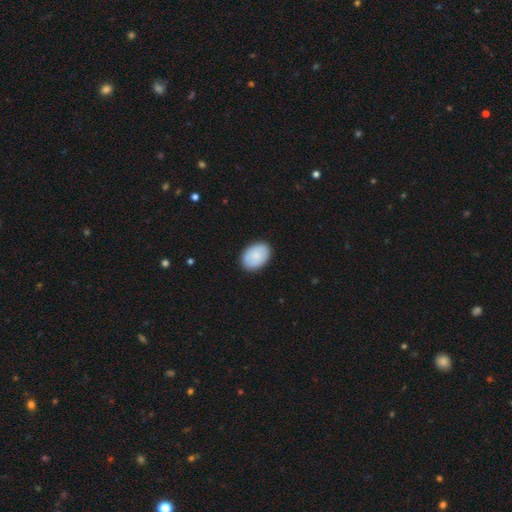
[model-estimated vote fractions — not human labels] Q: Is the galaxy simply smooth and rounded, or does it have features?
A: smooth — 84%.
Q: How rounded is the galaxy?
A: in between — 84%.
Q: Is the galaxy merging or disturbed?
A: none — 88%.